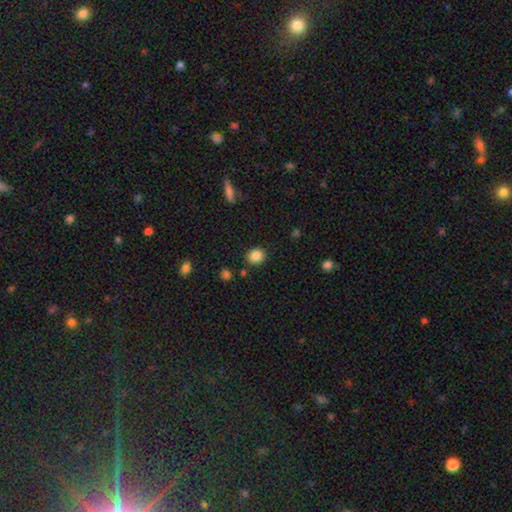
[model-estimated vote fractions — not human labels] Q: Smooth or featured?
A: smooth (86%); runner-up: star or artifact (10%)
Q: How rounded?
A: round (78%); runner-up: in between (21%)
Q: Merging?
A: none (86%); runner-up: minor disturbance (8%)